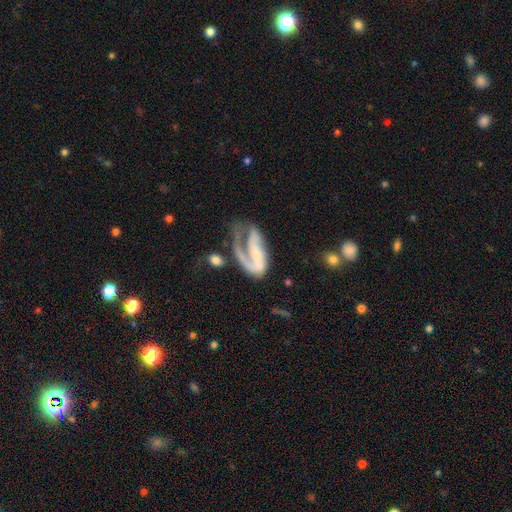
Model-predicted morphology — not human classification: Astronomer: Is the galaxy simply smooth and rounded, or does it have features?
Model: featured or disk — 78%.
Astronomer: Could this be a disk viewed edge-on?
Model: no — 96%.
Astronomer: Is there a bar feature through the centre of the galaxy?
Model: no — 50% (runner-up: weak, 28%).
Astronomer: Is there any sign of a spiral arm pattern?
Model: yes — 89%.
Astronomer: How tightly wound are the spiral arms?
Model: medium — 40% (runner-up: loose, 33%).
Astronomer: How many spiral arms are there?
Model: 1 — 63%.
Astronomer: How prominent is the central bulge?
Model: small — 48% (runner-up: none, 31%).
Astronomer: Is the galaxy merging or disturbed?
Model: major disturbance — 43% (runner-up: none, 30%).